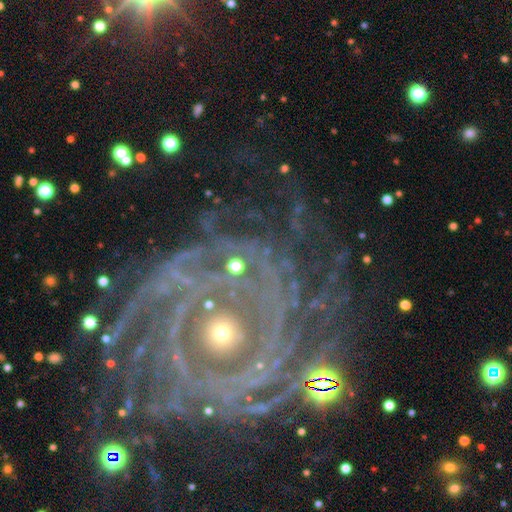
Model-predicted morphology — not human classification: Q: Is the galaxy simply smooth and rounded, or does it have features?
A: featured or disk — 87%.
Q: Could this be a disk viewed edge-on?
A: no — 97%.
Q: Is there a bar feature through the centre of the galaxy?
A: no — 80%.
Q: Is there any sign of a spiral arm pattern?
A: yes — 95%.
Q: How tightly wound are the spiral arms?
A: tight — 79%.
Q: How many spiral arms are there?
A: can't tell — 25%.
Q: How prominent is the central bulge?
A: small — 53%.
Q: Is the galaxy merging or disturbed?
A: none — 65%.